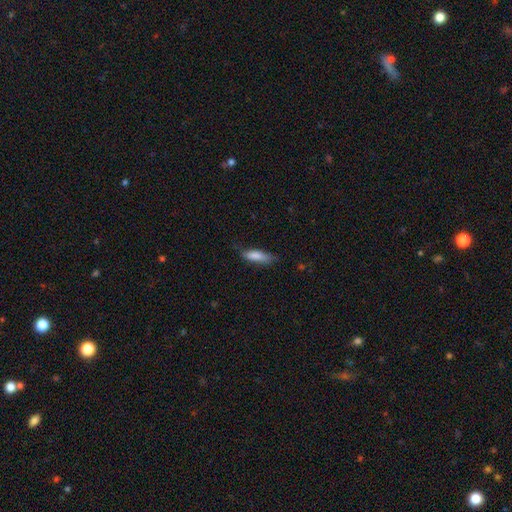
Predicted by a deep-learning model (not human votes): Smooth or featured?
  - smooth: 82% *
  - featured or disk: 12%
  - star or artifact: 6%
How rounded?
  - cigar-shaped: 57% *
  - in between: 41%
  - round: 2%
Merging?
  - none: 66% *
  - minor disturbance: 26%
  - major disturbance: 6%
  - merger: 1%